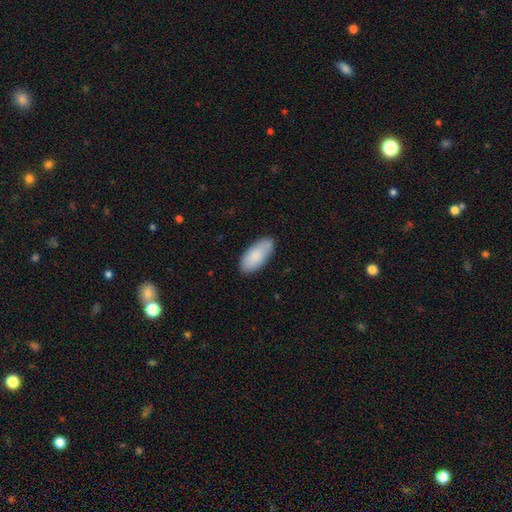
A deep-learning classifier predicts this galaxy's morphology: Overall: smooth (86%). How rounded: in between (91%). Merging: none (83%).